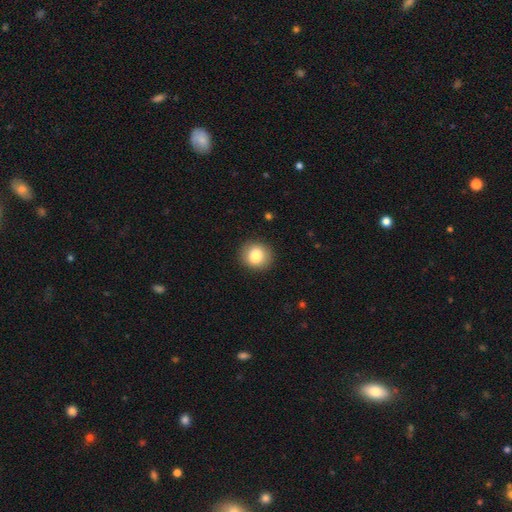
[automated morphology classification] Overall: smooth (83%). How rounded: round (78%). Merging: none (89%).